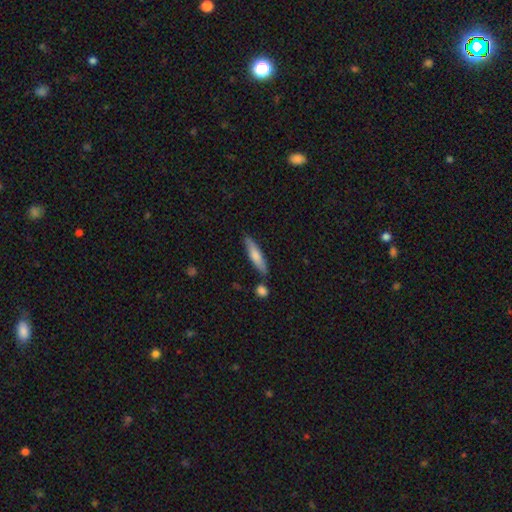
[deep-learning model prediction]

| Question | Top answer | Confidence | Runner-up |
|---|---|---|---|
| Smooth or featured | smooth | 70% | featured or disk (25%) |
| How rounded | cigar-shaped | 80% | in between (19%) |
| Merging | none | 77% | minor disturbance (13%) |